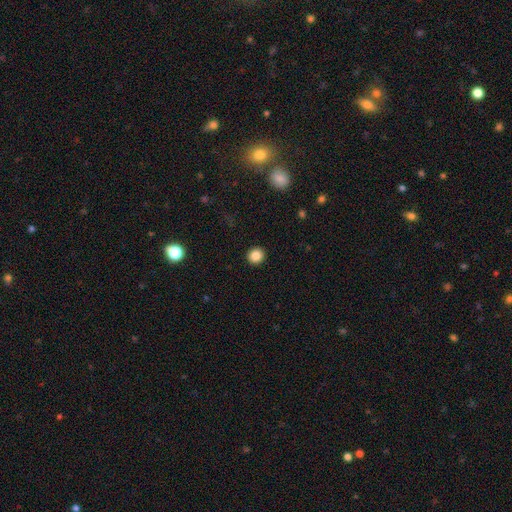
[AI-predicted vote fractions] A smooth galaxy with no disk features (86%) that is round (89%).

Vote fractions:
- Smooth or featured? smooth: 86% / star or artifact: 10% / featured or disk: 4%
- How rounded? round: 89% / in between: 10% / cigar-shaped: 1%
- Merging? none: 92% / minor disturbance: 5% / major disturbance: 2% / merger: 1%